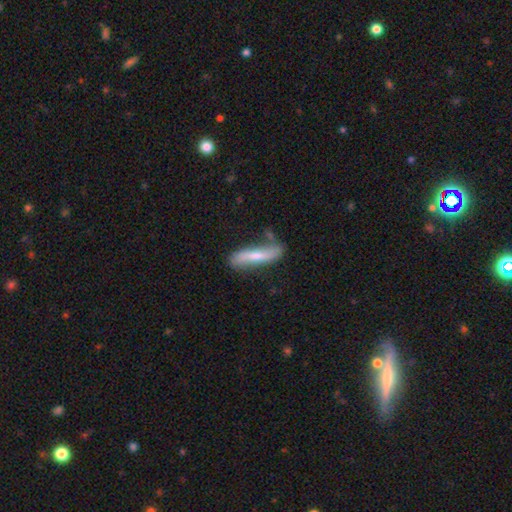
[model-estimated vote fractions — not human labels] smooth-or-featured: smooth: 51% | featured or disk: 43% | star or artifact: 6%
  how-rounded: cigar-shaped: 77% | in between: 21% | round: 2%
  merging: none: 65% | minor disturbance: 23% | major disturbance: 6% | merger: 6%